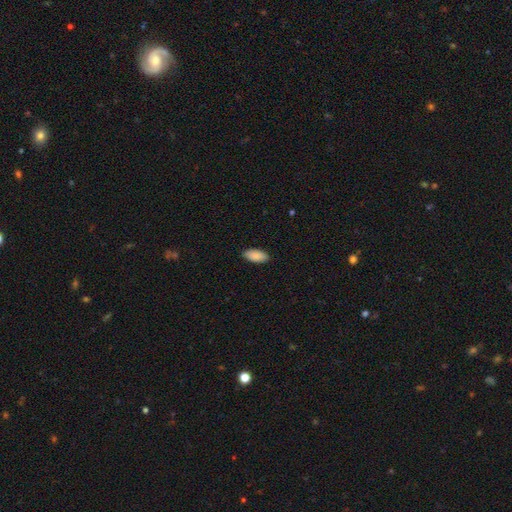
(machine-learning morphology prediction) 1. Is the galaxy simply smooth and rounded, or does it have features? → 90% smooth, 6% star or artifact, 4% featured or disk.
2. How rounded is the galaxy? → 92% in between, 7% cigar-shaped, 2% round.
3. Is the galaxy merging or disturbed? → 89% none, 8% minor disturbance, 2% major disturbance, 1% merger.